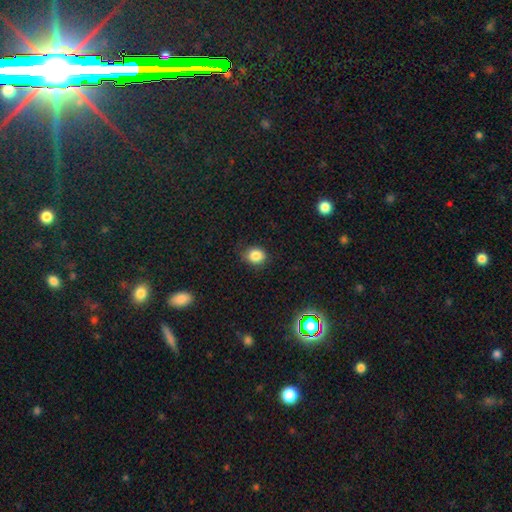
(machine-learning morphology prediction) Smooth or featured: smooth — 84% (star or artifact — 11%)
How rounded: round — 68% (in between — 31%)
Merging: none — 80% (minor disturbance — 15%)